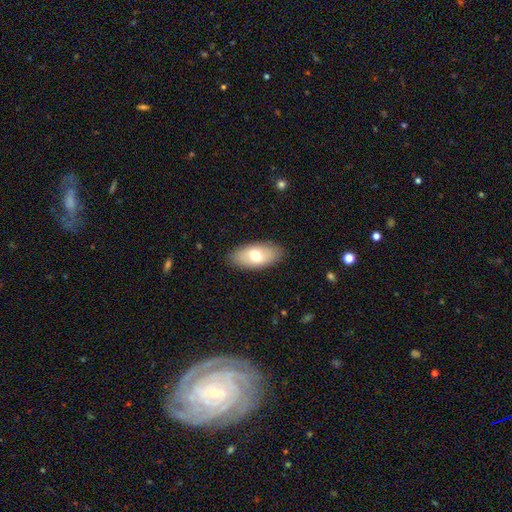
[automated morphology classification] Smooth or featured? Predicted: smooth (p=0.67). How rounded? Predicted: in between (p=0.92). Merging? Predicted: none (p=0.87).